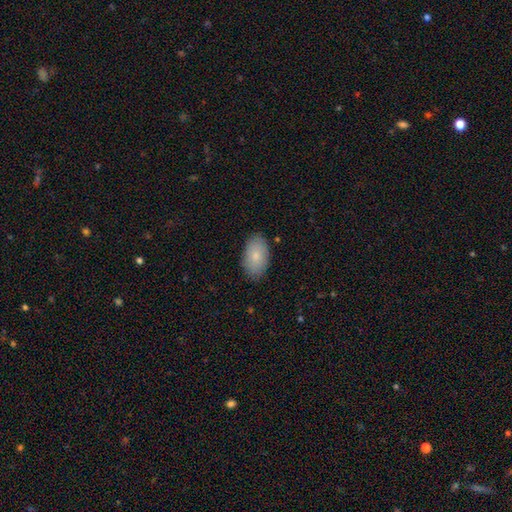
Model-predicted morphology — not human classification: type=smooth (82%); roundness=in between (94%); merging=none (86%).